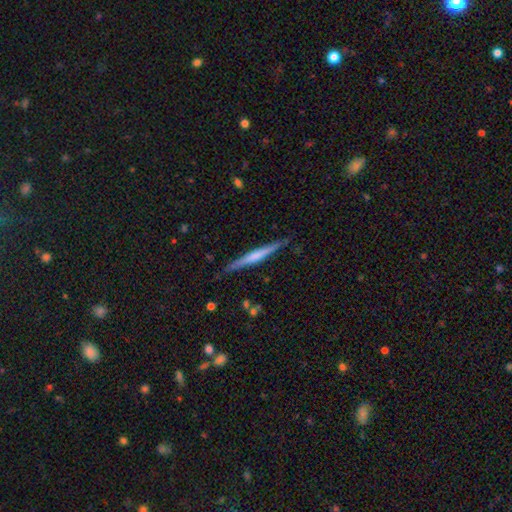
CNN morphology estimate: Q: Smooth or featured?
A: featured or disk (60%); runner-up: smooth (35%)
Q: Edge-on disk?
A: yes (98%); runner-up: no (2%)
Q: Edge-on bulge?
A: none (41%); runner-up: rounded (39%)
Q: Merging?
A: none (88%); runner-up: minor disturbance (9%)